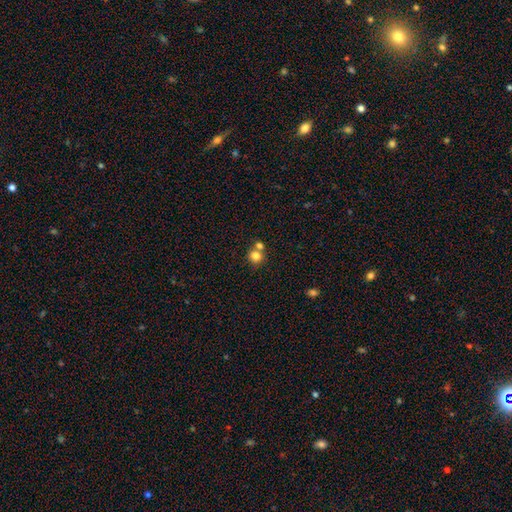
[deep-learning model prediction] Morphology: type=smooth (80%); roundness=round (85%); merging=none (54%).